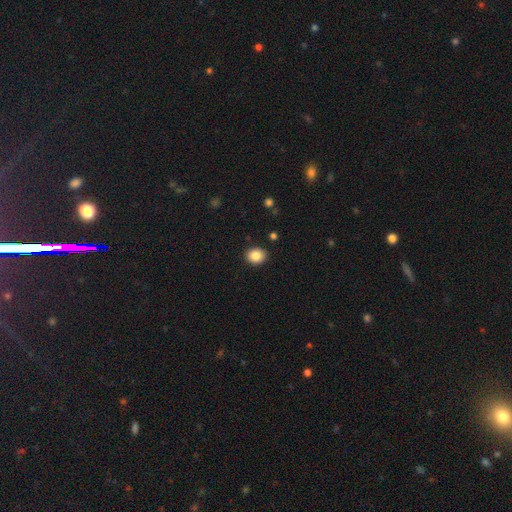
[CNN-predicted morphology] Overall: smooth (86%). How rounded: round (62%; in between 37%). Merging: none (90%).